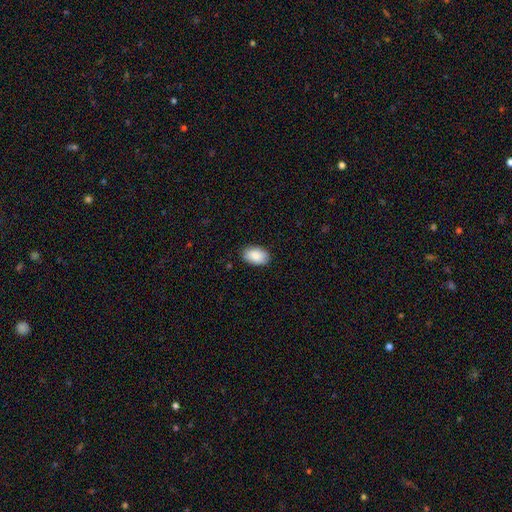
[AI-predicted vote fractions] Overall: smooth (88%). How rounded: in between (91%). Merging: none (86%).